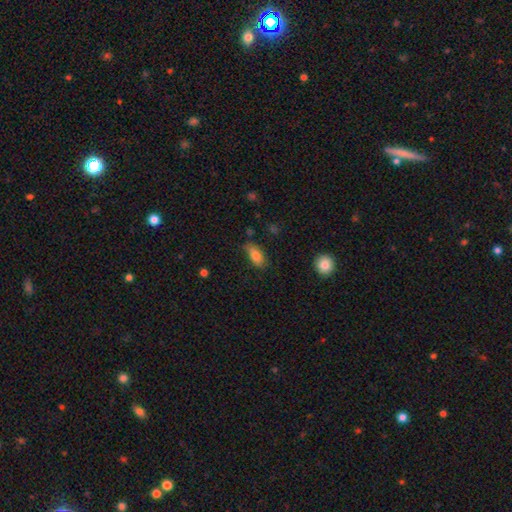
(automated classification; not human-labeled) The model was most divided on "merging": none: 59%, minor disturbance: 30%, major disturbance: 8%, merger: 3%. More confident: how rounded — in between (87%); smooth or featured — smooth (79%).